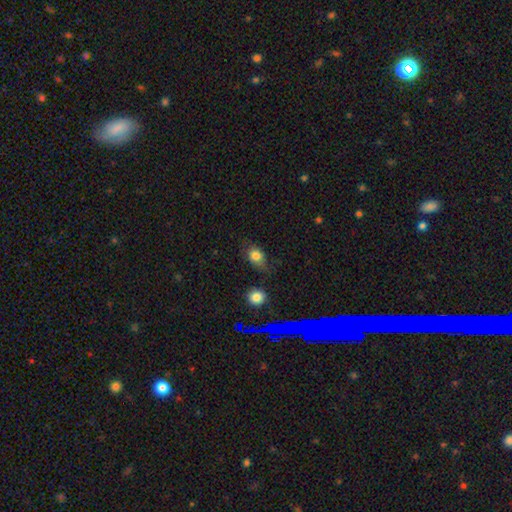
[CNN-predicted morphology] Smooth or featured? Predicted: smooth (p=0.78). How rounded? Predicted: in between (p=0.63). Merging? Predicted: none (p=0.61).